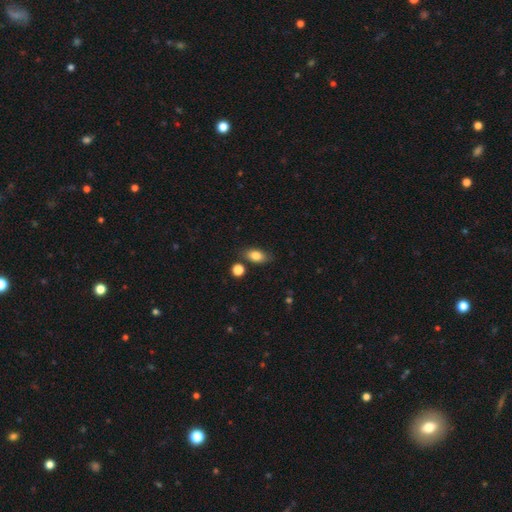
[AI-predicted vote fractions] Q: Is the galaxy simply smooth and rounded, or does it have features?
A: smooth — 81%.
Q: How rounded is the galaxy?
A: in between — 86%.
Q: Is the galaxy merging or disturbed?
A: none — 77%.